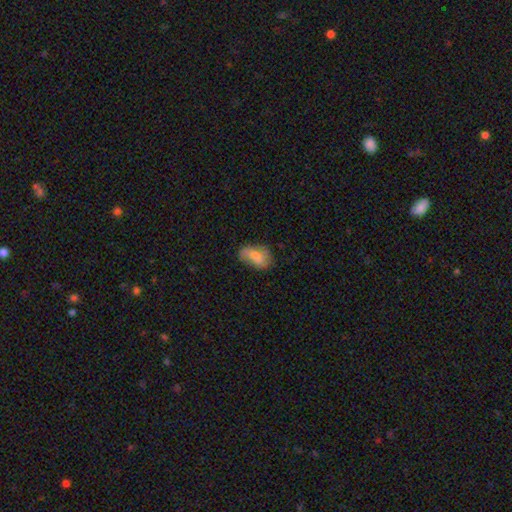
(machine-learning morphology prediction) smooth 66%, featured or disk 26%, star or artifact 8%. Down the decision tree: how rounded — in between (90%); merging — none (55%).